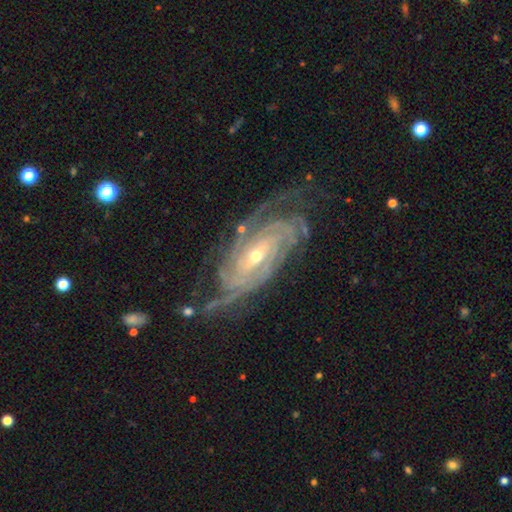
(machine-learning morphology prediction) A featured or disk galaxy (91%) with no bar (46%), 4 (27%) tight (74%) spiral arms (98%) and a small central bulge (65%).

Vote fractions:
- Smooth or featured? featured or disk: 91% / star or artifact: 5% / smooth: 3%
- Edge-on disk? no: 95% / yes: 5%
- Bar? no: 46% / weak: 34% / strong: 20%
- Spiral arms? yes: 98% / no: 2%
- Spiral winding? tight: 74% / medium: 22% / loose: 4%
- Spiral arm count? 4: 27% / 3: 21% / can't tell: 19% / 2: 15% / more than 4: 12% / 1: 7%
- Bulge size? small: 65% / moderate: 32% / large: 1% / none: 1% / dominant: 1%
- Merging? none: 72% / minor disturbance: 19% / major disturbance: 8% / merger: 2%